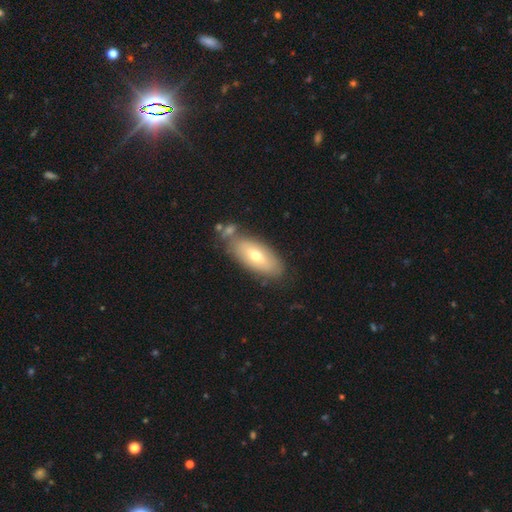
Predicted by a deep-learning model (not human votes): A smooth galaxy with no disk features (60%) that is in between round and cigar-shaped (84%). Merging: none (69%).